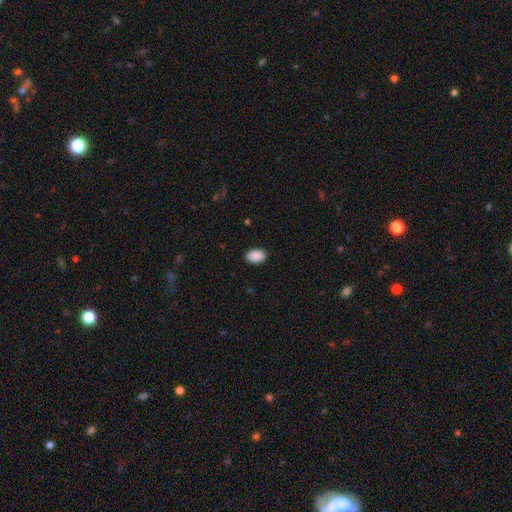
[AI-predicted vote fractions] Smooth or featured? smooth (91%)
How rounded? in between (90%)
Merging? none (89%)